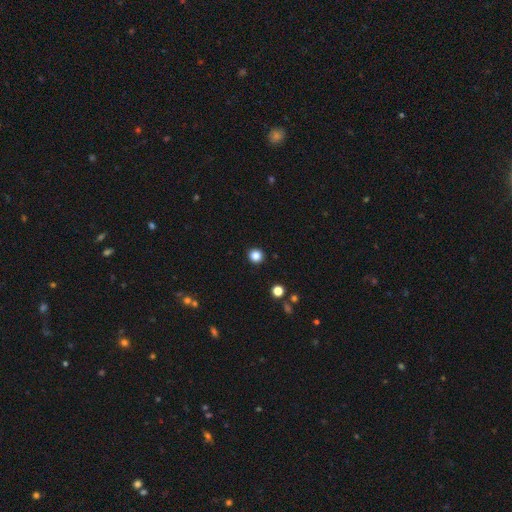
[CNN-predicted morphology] smooth_or_featured: smooth (p=0.85) [alt: star or artifact p=0.12]
how_rounded: round (p=0.93) [alt: in between p=0.06]
merging: none (p=0.93) [alt: minor disturbance p=0.04]